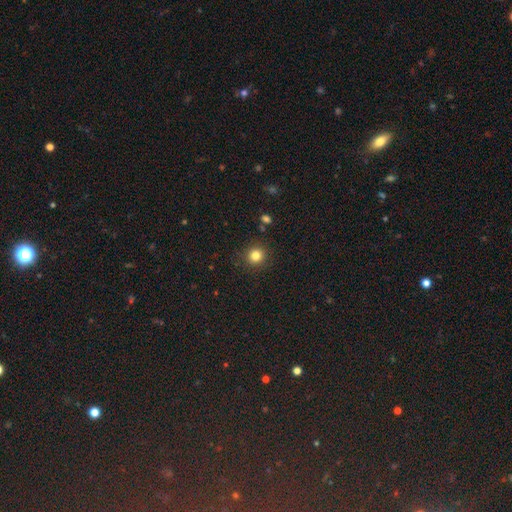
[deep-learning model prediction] smooth 82%, star or artifact 13%, featured or disk 6%. Down the decision tree: how rounded — round (93%); merging — none (90%).